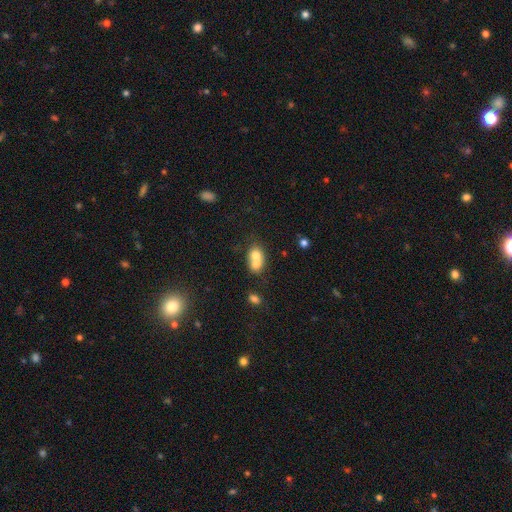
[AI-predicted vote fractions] Morphology: type=smooth (69%); roundness=round (52%); merging=merger (71%).